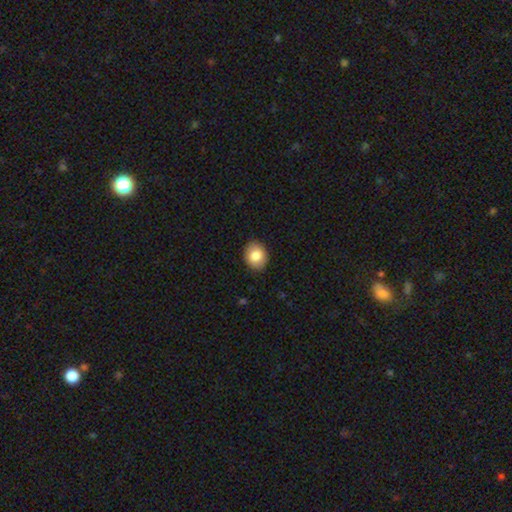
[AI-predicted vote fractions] Overall: smooth (83%). How rounded: in between (51%; round 48%). Merging: none (89%).